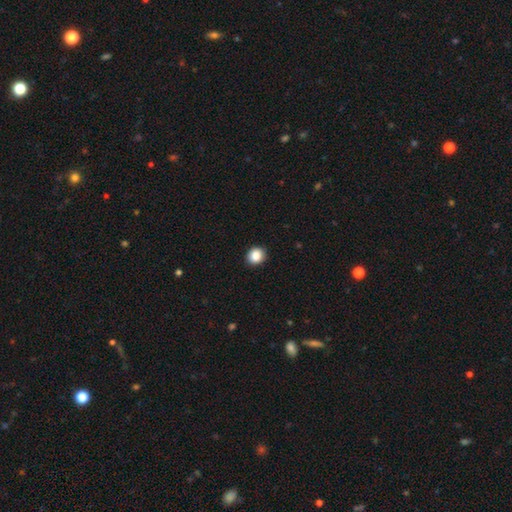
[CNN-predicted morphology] Smooth or featured?
  - smooth: 87% *
  - star or artifact: 9%
  - featured or disk: 3%
How rounded?
  - round: 80% *
  - in between: 19%
  - cigar-shaped: 1%
Merging?
  - none: 91% *
  - minor disturbance: 6%
  - major disturbance: 2%
  - merger: 1%